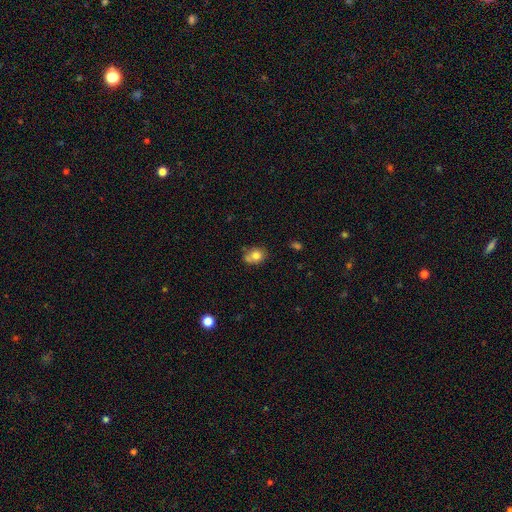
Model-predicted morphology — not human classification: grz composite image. It shows a smooth galaxy with no disk features (76%) that is round (53%). Merging: none (54%).